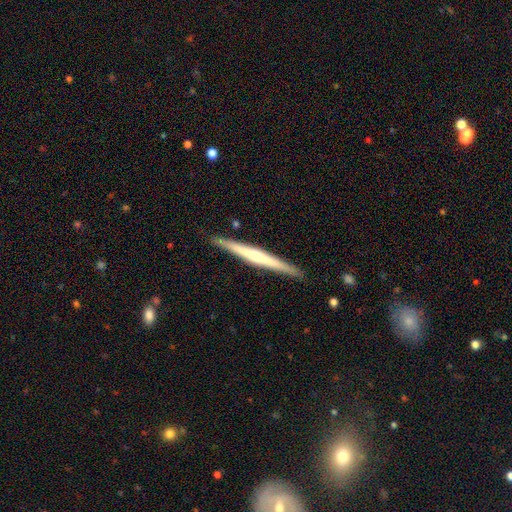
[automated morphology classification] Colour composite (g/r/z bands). It shows a featured or disk galaxy (69%) viewed edge-on (98%) with a rounded central bulge (58%). Merging: none (90%).